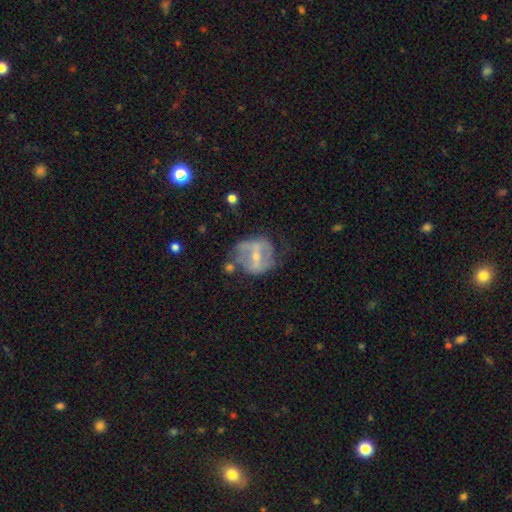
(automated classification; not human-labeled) Overall: featured or disk (68%). Edge-on disk: no (95%). Bar: strong (48%; weak 35%). Spiral arms: yes (56%; no 44%). Bulge size: small (55%; moderate 40%). Merging: none (51%; minor disturbance 25%).